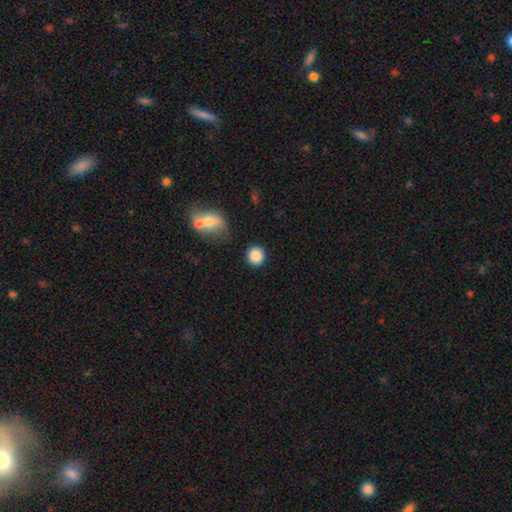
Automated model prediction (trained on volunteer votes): smooth 87%, star or artifact 9%, featured or disk 4%. Down the decision tree: how rounded — round (88%); merging — none (84%).